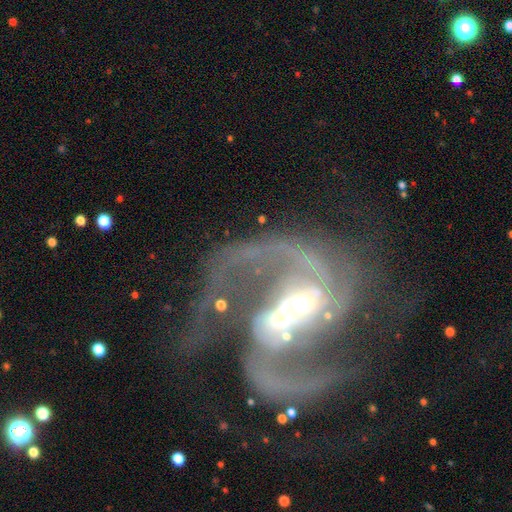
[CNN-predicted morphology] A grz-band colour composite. It shows a featured or disk galaxy (90%) with a weak bar (37%, tied with no), 2 (75%) medium (49%) spiral arms (96%) and a moderate central bulge (47%). Merging: merger (43%).